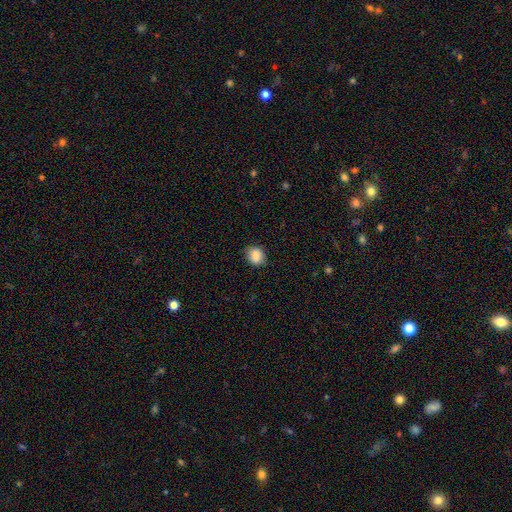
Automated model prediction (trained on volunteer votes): This is clearly a smooth galaxy (87%). How rounded: possibly round (50%). Merging: clearly none (80%).